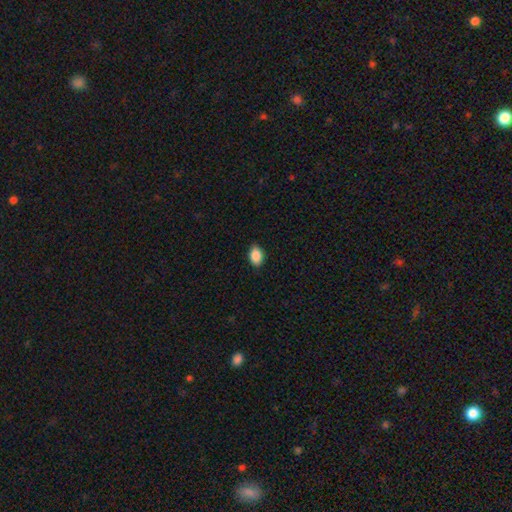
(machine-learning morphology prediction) Smooth or featured? smooth (89%)
How rounded? in between (86%)
Merging? none (86%)